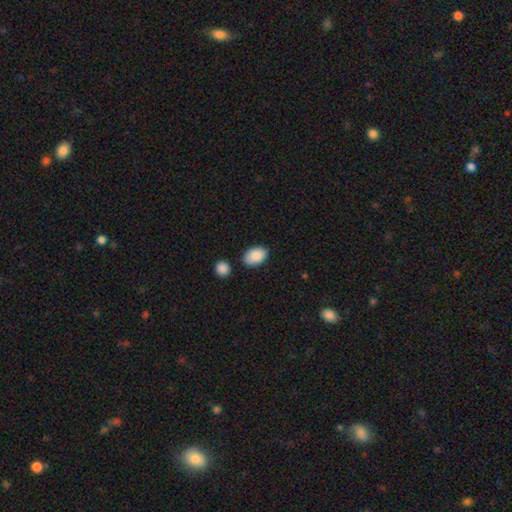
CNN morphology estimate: A smooth galaxy with no disk features (89%) that is in between round and cigar-shaped (89%).

Vote fractions:
- Smooth or featured? smooth: 89% / star or artifact: 6% / featured or disk: 5%
- How rounded? in between: 89% / round: 10% / cigar-shaped: 1%
- Merging? none: 82% / minor disturbance: 11% / merger: 4% / major disturbance: 3%